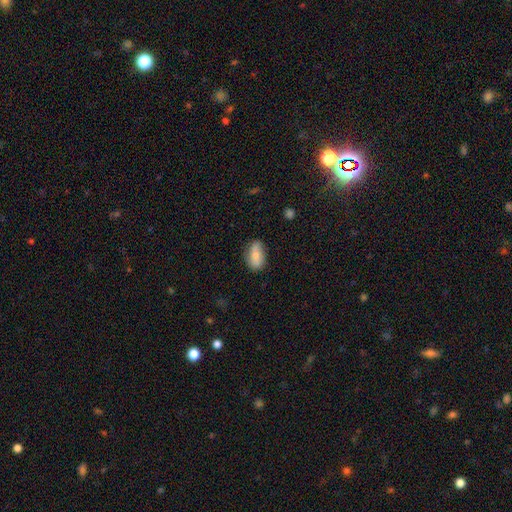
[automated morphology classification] smooth-or-featured: smooth: 74% | featured or disk: 19% | star or artifact: 7%
  how-rounded: in between: 90% | round: 6% | cigar-shaped: 4%
  merging: none: 72% | minor disturbance: 22% | major disturbance: 4% | merger: 2%